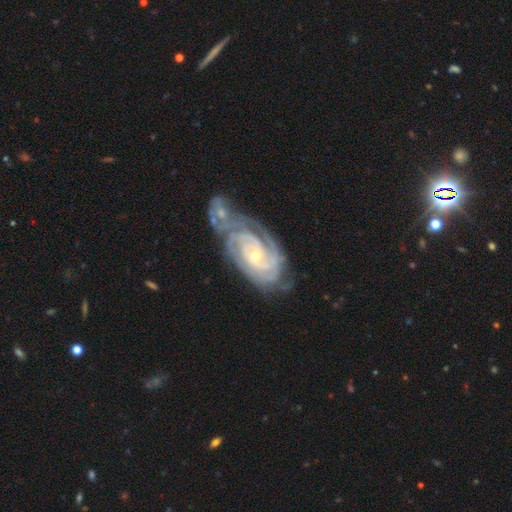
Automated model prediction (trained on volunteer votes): smooth_or_featured: featured or disk (p=0.90) [alt: star or artifact p=0.05]
disk_edge_on: no (p=0.97) [alt: yes p=0.03]
bar: no (p=0.64) [alt: weak p=0.26]
has_spiral_arms: yes (p=0.98) [alt: no p=0.02]
spiral_winding: tight (p=0.79) [alt: medium p=0.18]
spiral_arm_count: 2 (p=0.24) [alt: can't tell p=0.23]
bulge_size: small (p=0.67) [alt: moderate p=0.30]
merging: merger (p=0.42) [alt: none p=0.32]